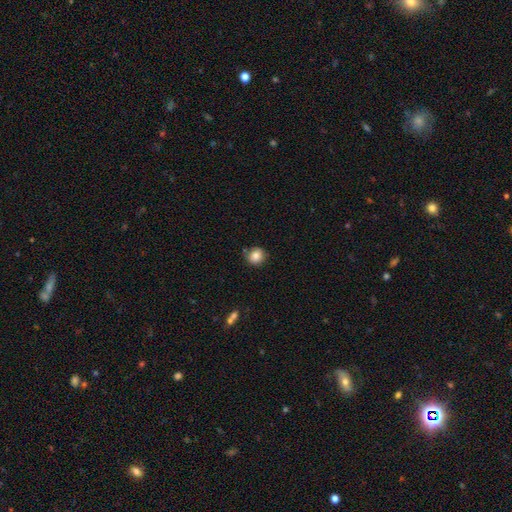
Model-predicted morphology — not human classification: smooth-or-featured: smooth: 84% | star or artifact: 10% | featured or disk: 7%
  how-rounded: round: 89% | in between: 10% | cigar-shaped: 1%
  merging: none: 80% | minor disturbance: 12% | merger: 5% | major disturbance: 3%